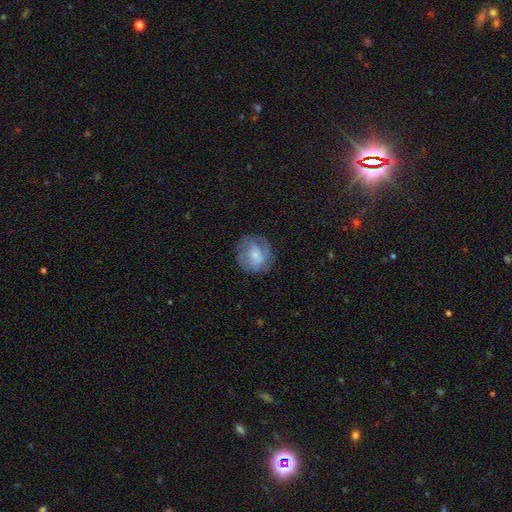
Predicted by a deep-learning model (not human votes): smooth_or_featured: smooth (p=0.51) [alt: featured or disk p=0.42]
how_rounded: round (p=0.83) [alt: in between p=0.16]
merging: none (p=0.72) [alt: minor disturbance p=0.18]